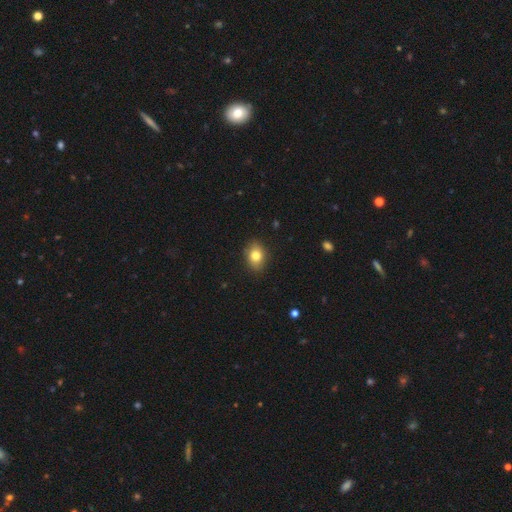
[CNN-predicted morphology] A smooth galaxy with no disk features (80%) that is in between round and cigar-shaped (73%).

Vote fractions:
- Smooth or featured? smooth: 80% / featured or disk: 11% / star or artifact: 9%
- How rounded? in between: 73% / round: 26% / cigar-shaped: 1%
- Merging? none: 87% / minor disturbance: 10% / major disturbance: 2% / merger: 1%